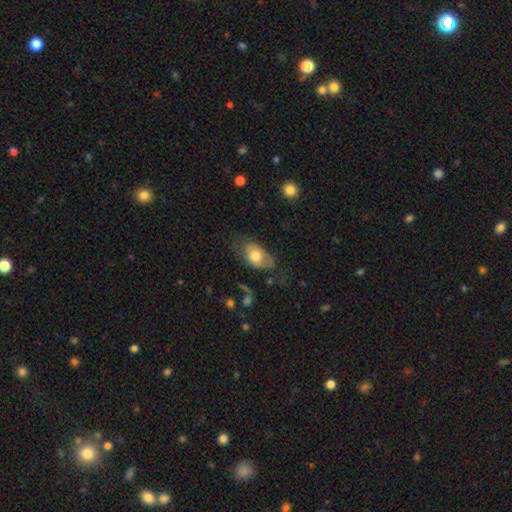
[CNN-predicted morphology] This is likely a smooth galaxy (64%). How rounded: clearly in between (89%). Merging: possibly none (51%).